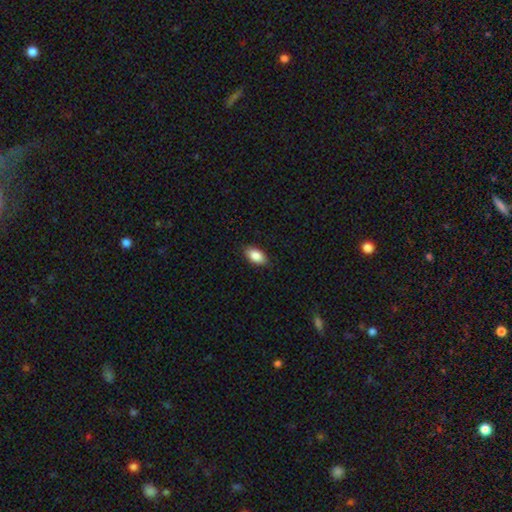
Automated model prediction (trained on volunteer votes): This is clearly a smooth galaxy (86%). How rounded: clearly in between (92%). Merging: clearly none (87%).